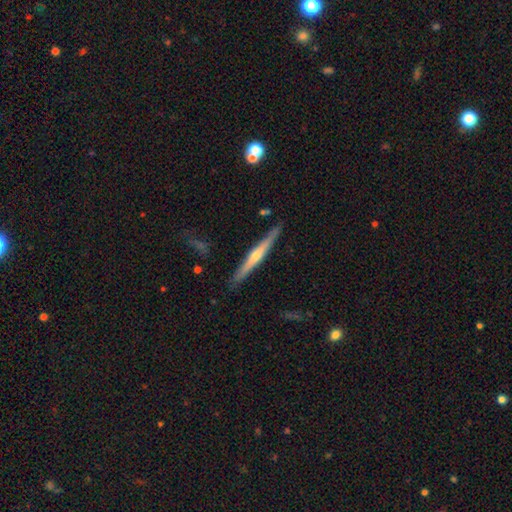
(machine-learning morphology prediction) This is likely a featured or disk galaxy (65%). It is clearly viewed edge-on (97%). Edge-on bulge: likely rounded (76%). Merging: clearly none (89%).